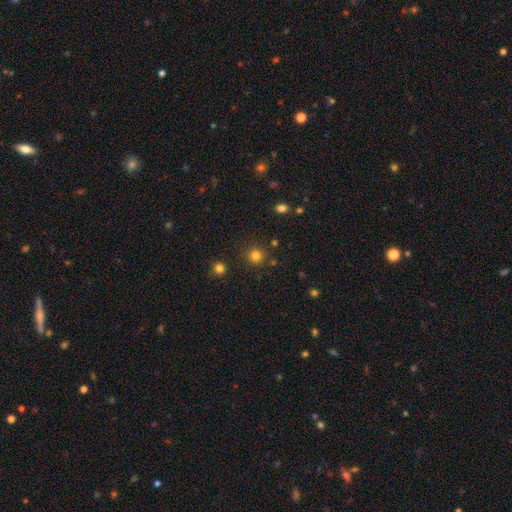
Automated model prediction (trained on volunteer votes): Smooth or featured?
  - smooth: 80% *
  - star or artifact: 15%
  - featured or disk: 5%
How rounded?
  - round: 93% *
  - in between: 6%
  - cigar-shaped: 1%
Merging?
  - none: 87% *
  - minor disturbance: 7%
  - merger: 3%
  - major disturbance: 3%